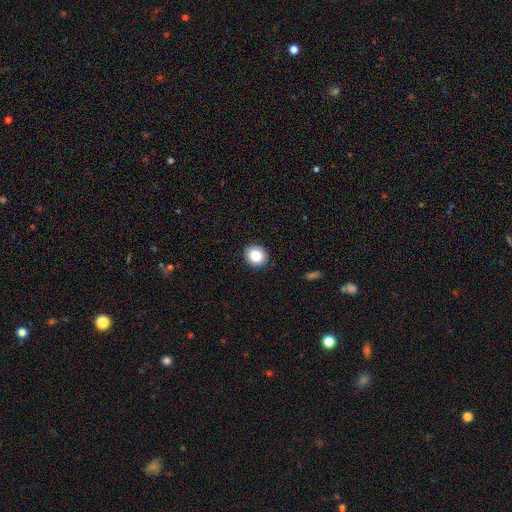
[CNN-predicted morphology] Smooth or featured? Predicted: smooth (p=0.86). How rounded? Predicted: round (p=0.81). Merging? Predicted: none (p=0.91).